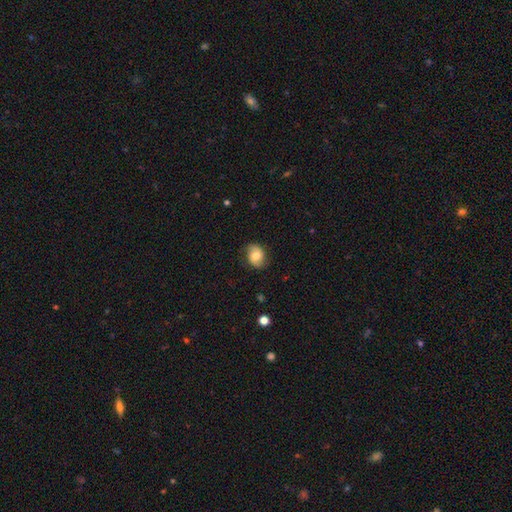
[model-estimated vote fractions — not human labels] smooth 60%, featured or disk 31%, star or artifact 9%. Down the decision tree: how rounded — in between (60%); merging — none (79%).